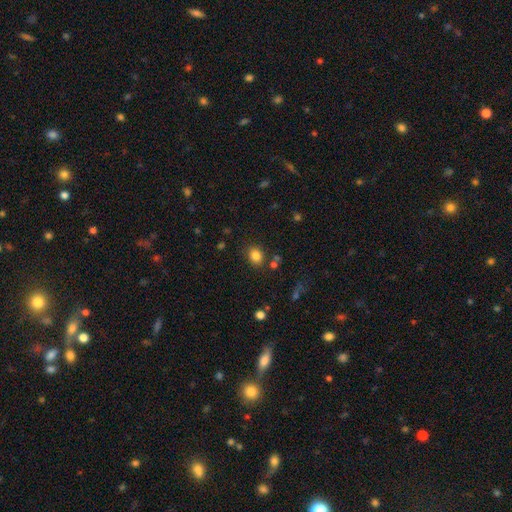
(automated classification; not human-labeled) A smooth galaxy with no disk features (83%) that is round (53%).

Vote fractions:
- Smooth or featured? smooth: 83% / star or artifact: 12% / featured or disk: 6%
- How rounded? round: 53% / in between: 46% / cigar-shaped: 1%
- Merging? none: 82% / minor disturbance: 10% / merger: 5% / major disturbance: 3%